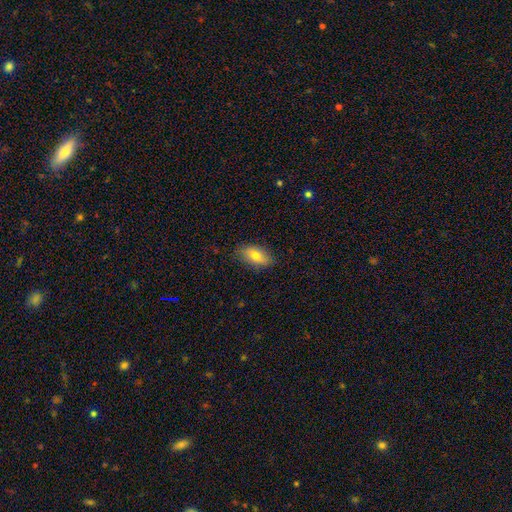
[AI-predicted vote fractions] This appears to be a smooth galaxy with no disk features (73%) that is in between round and cigar-shaped (90%). Merging: none (84%).